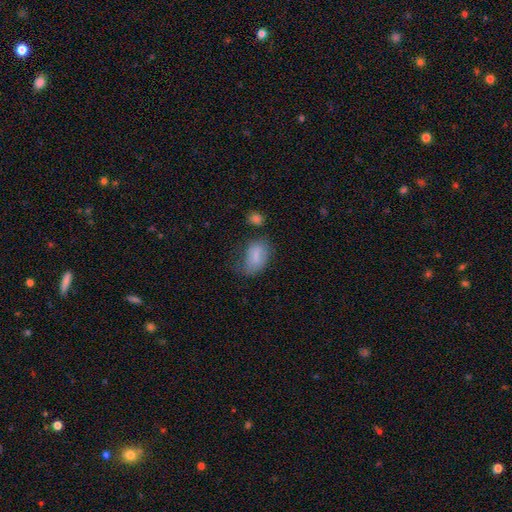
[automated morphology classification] Smooth or featured? smooth (76%)
How rounded? in between (86%)
Merging? none (43%)